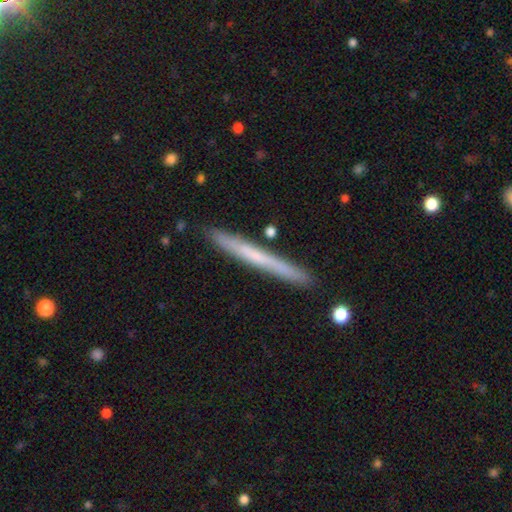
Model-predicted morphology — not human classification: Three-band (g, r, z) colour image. It shows a smooth galaxy with no disk features (52%) that is cigar-shaped (97%). Merging: none (88%).